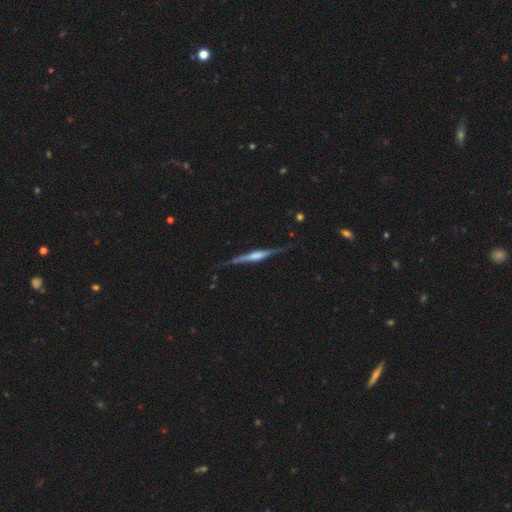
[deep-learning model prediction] Q: Smooth or featured?
A: featured or disk (77%); runner-up: smooth (17%)
Q: Edge-on disk?
A: yes (97%); runner-up: no (3%)
Q: Edge-on bulge?
A: rounded (50%); runner-up: boxy (37%)
Q: Merging?
A: none (82%); runner-up: minor disturbance (13%)